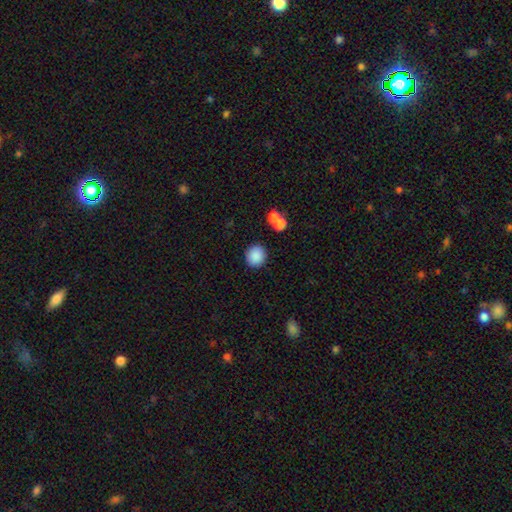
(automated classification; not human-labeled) smooth 87%, star or artifact 9%, featured or disk 4%. Down the decision tree: how rounded — round (86%); merging — none (84%).